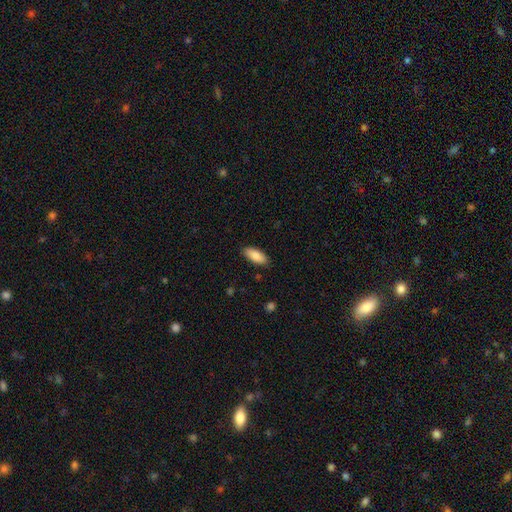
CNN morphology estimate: This is clearly a smooth galaxy (86%). How rounded: clearly in between (85%). Merging: clearly none (87%).